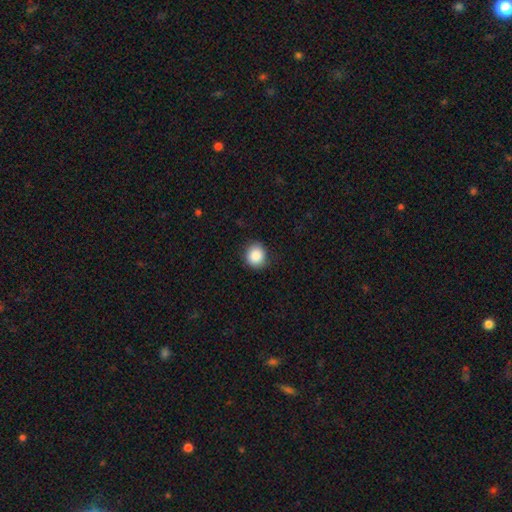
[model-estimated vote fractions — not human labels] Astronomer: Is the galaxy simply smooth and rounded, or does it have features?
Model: smooth — 87%.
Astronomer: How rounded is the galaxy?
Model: round — 83%.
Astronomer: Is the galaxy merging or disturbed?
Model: none — 84%.